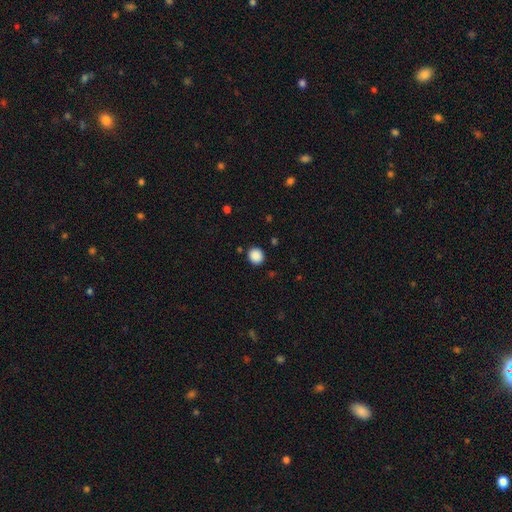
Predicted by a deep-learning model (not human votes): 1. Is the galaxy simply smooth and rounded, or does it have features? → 89% smooth, 9% star or artifact, 2% featured or disk.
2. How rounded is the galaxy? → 85% round, 14% in between, 1% cigar-shaped.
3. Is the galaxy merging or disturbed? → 90% none, 7% minor disturbance, 2% major disturbance, 2% merger.